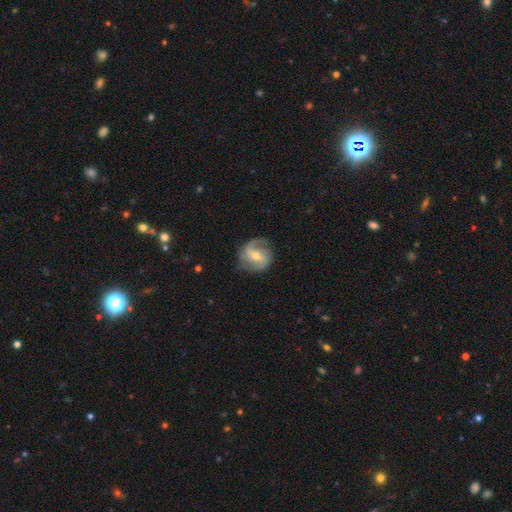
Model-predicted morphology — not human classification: Overall: featured or disk (82%). Edge-on disk: no (97%). Bar: weak (46%; no 35%). Spiral arms: yes (95%). Spiral arm count: 2 (77%). Spiral winding: medium (46%; loose 30%). Bulge size: moderate (57%; small 40%). Merging: none (73%).